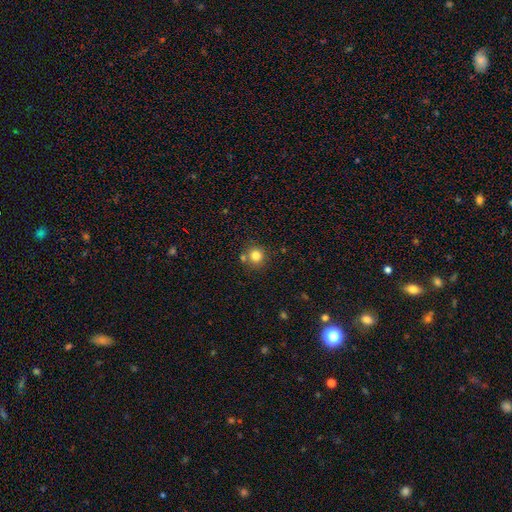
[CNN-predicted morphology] A smooth galaxy with no disk features (81%) that is round (92%).

Vote fractions:
- Smooth or featured? smooth: 81% / star or artifact: 12% / featured or disk: 7%
- How rounded? round: 92% / in between: 7% / cigar-shaped: 1%
- Merging? none: 74% / merger: 15% / minor disturbance: 9% / major disturbance: 3%